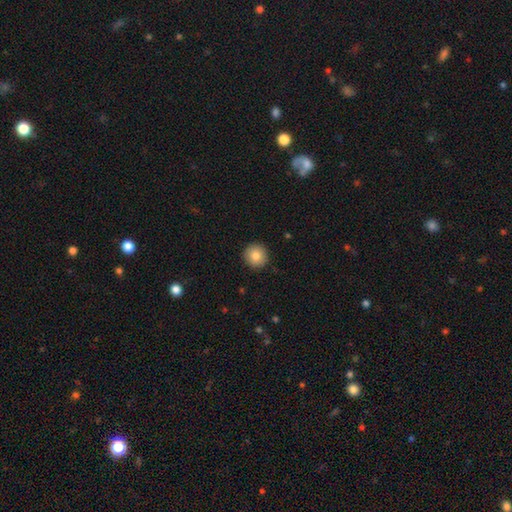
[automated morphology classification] Q: Smooth or featured?
A: smooth (83%); runner-up: star or artifact (9%)
Q: How rounded?
A: round (95%); runner-up: in between (4%)
Q: Merging?
A: none (92%); runner-up: minor disturbance (5%)